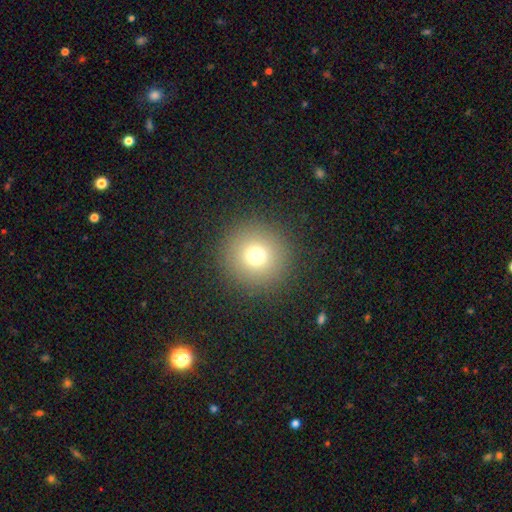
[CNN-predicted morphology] The model was most divided on "smooth or featured": smooth: 72%, star or artifact: 18%, featured or disk: 10%. More confident: how rounded — round (96%); merging — none (91%).